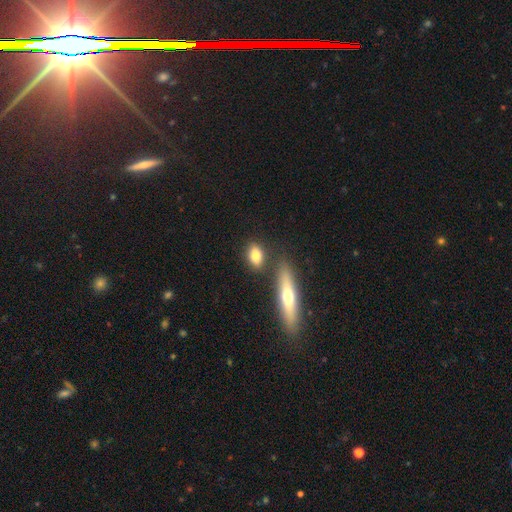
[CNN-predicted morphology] smooth-or-featured: smooth: 80% | featured or disk: 13% | star or artifact: 8%
  how-rounded: in between: 73% | round: 17% | cigar-shaped: 10%
  merging: none: 71% | minor disturbance: 13% | merger: 12% | major disturbance: 4%